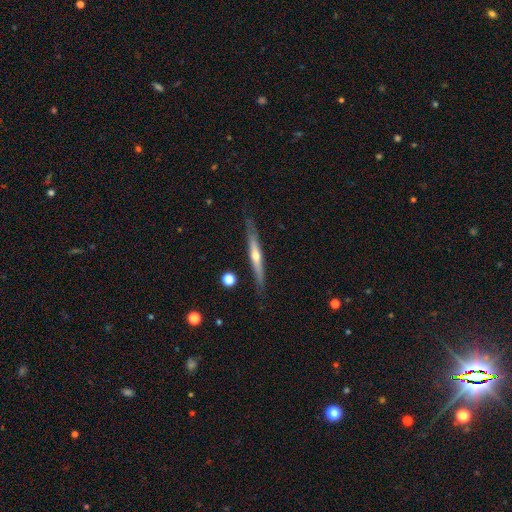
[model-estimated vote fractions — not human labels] smooth_or_featured: featured or disk (p=0.65) [alt: smooth p=0.29]
disk_edge_on: yes (p=0.95) [alt: no p=0.05]
edge_on_bulge: rounded (p=0.78) [alt: none p=0.19]
merging: none (p=0.84) [alt: minor disturbance p=0.12]